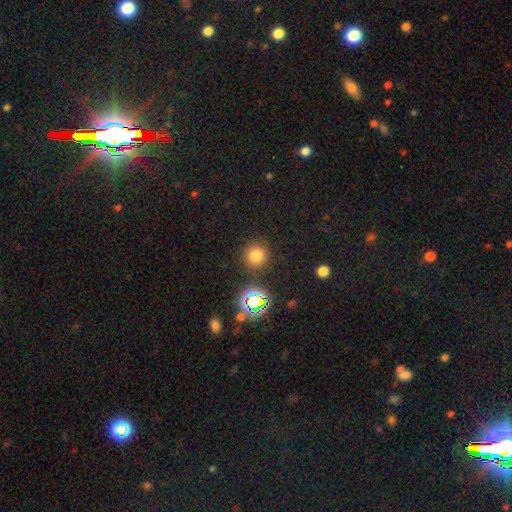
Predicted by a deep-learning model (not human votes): Morphology: type=smooth (72%); roundness=round (94%); merging=none (88%).